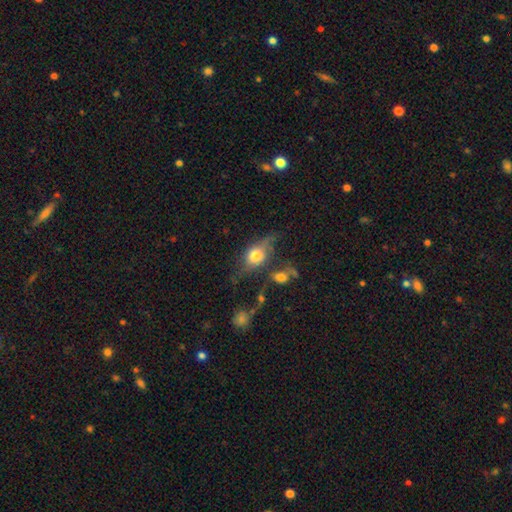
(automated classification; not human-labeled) smooth 66%, featured or disk 24%, star or artifact 10%. Down the decision tree: how rounded — in between (62%); merging — none (41%).